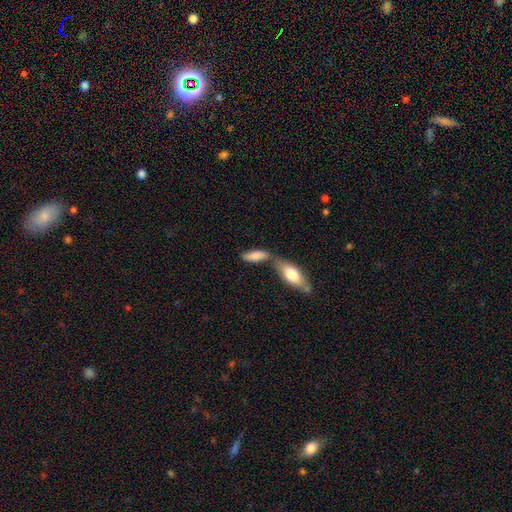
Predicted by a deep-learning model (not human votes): This appears to be a smooth galaxy with no disk features (80%) that is in between round and cigar-shaped (69%). Merging: merger (46%).